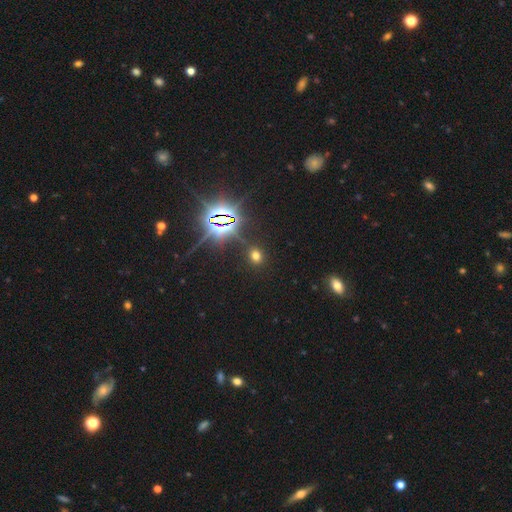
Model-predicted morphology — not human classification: Smooth or featured? smooth (52%)
How rounded? round (69%)
Merging? none (84%)